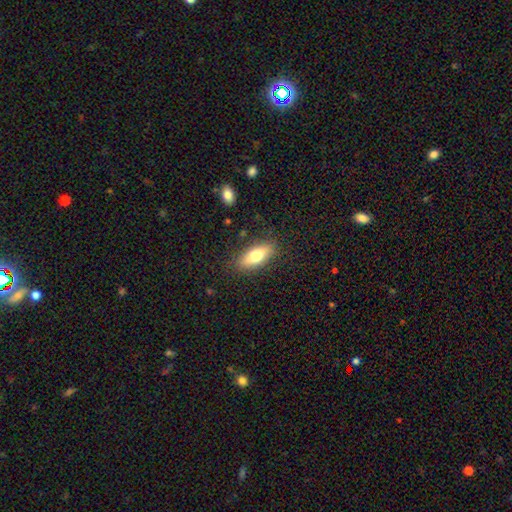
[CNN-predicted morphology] This appears to be a smooth galaxy with no disk features (70%) that is in between round and cigar-shaped (69%). Merging: none (84%).